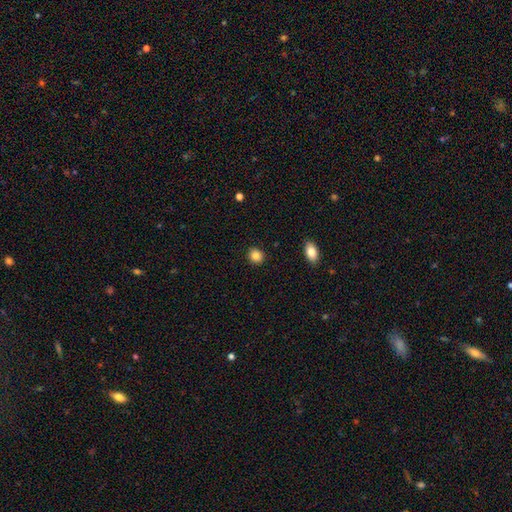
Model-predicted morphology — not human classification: smooth 85%, star or artifact 10%, featured or disk 5%. Down the decision tree: how rounded — round (84%); merging — none (91%).